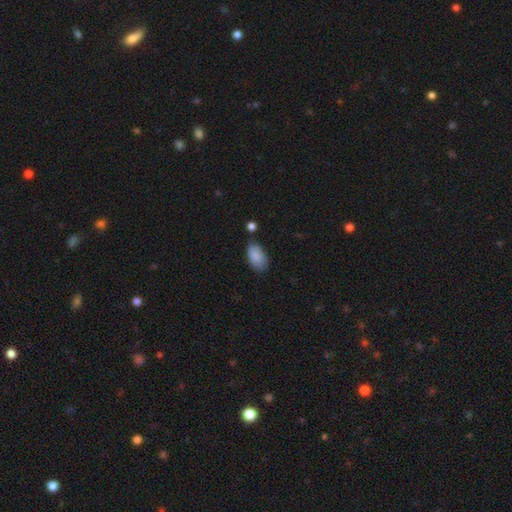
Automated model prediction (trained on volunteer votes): Overall: smooth (85%). How rounded: in between (94%). Merging: none (66%).